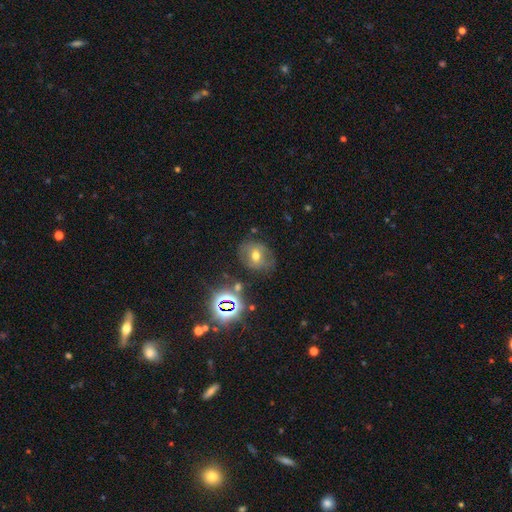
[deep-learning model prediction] smooth_or_featured: smooth (p=0.41) [alt: featured or disk p=0.37]
merging: none (p=0.69) [alt: minor disturbance p=0.19]